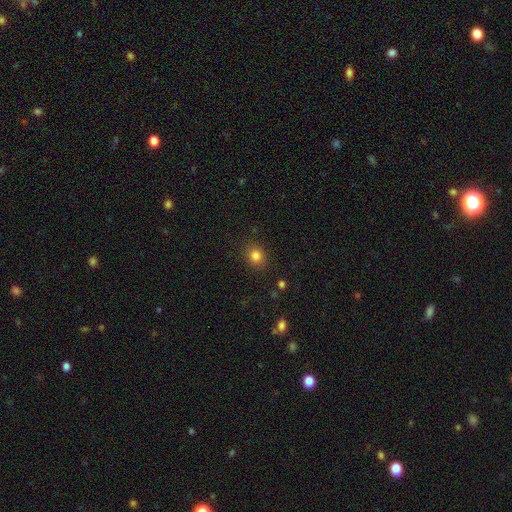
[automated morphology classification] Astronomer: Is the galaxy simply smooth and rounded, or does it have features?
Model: smooth — 83%.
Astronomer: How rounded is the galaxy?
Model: round — 70%.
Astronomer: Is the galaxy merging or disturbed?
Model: none — 87%.